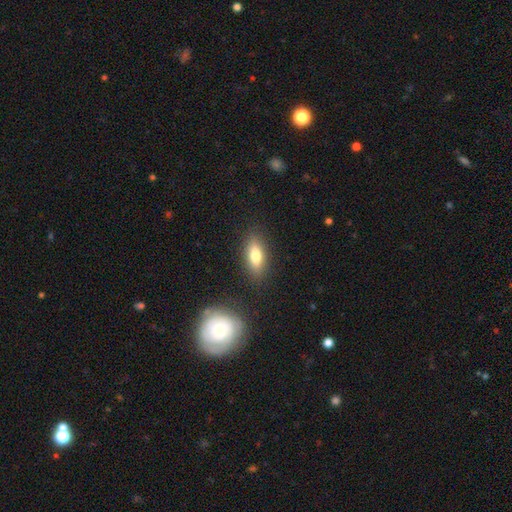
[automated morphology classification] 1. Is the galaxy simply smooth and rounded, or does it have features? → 73% smooth, 19% featured or disk, 8% star or artifact.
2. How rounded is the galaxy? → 72% in between, 25% cigar-shaped, 3% round.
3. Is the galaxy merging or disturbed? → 85% none, 10% minor disturbance, 3% major disturbance, 2% merger.